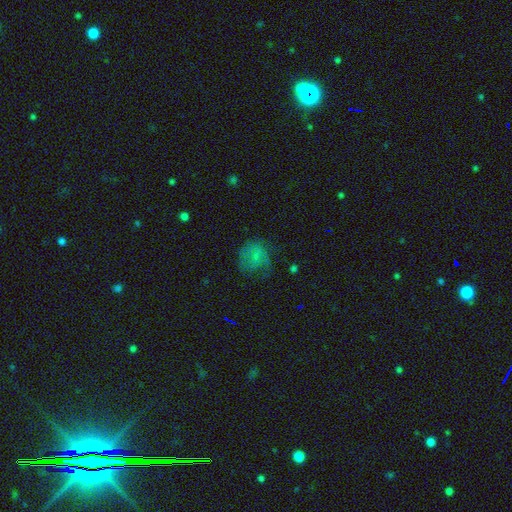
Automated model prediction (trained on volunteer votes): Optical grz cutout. It shows a smooth galaxy with no disk features (56%) that is round (70%). Merging: none (49%).